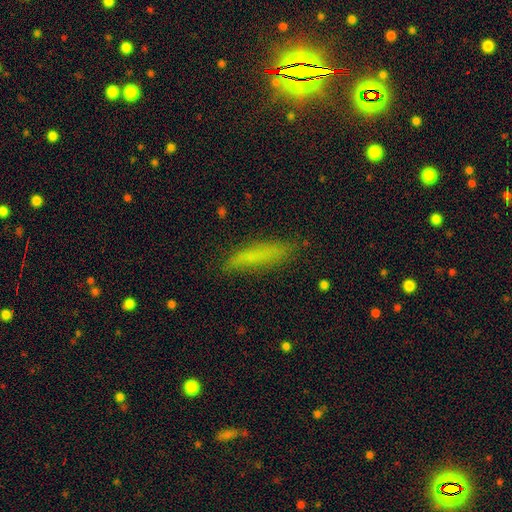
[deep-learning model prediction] smooth 71%, featured or disk 17%, star or artifact 12%. Down the decision tree: how rounded — cigar-shaped (81%); merging — none (80%).